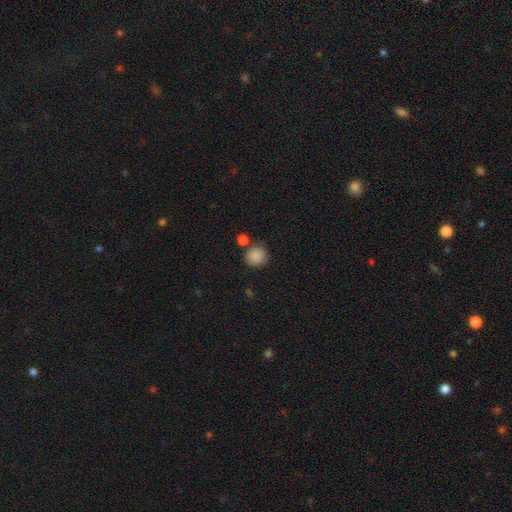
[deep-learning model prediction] smooth 86%, star or artifact 9%, featured or disk 4%. Down the decision tree: how rounded — round (89%); merging — none (75%).